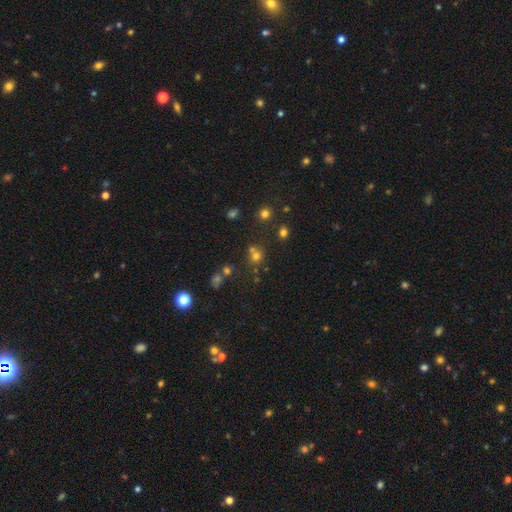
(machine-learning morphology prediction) Smooth or featured?
  - smooth: 63% *
  - star or artifact: 26%
  - featured or disk: 11%
How rounded?
  - round: 86% *
  - in between: 13%
  - cigar-shaped: 1%
Merging?
  - none: 61% *
  - merger: 26%
  - minor disturbance: 9%
  - major disturbance: 4%